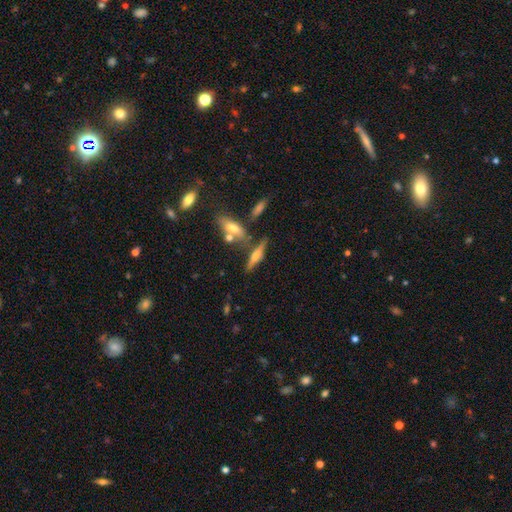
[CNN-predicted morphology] Smooth or featured?
  - featured or disk: 51% *
  - smooth: 39%
  - star or artifact: 10%
Edge-on disk?
  - yes: 91% *
  - no: 9%
Merging?
  - none: 61% *
  - merger: 18%
  - minor disturbance: 15%
  - major disturbance: 6%